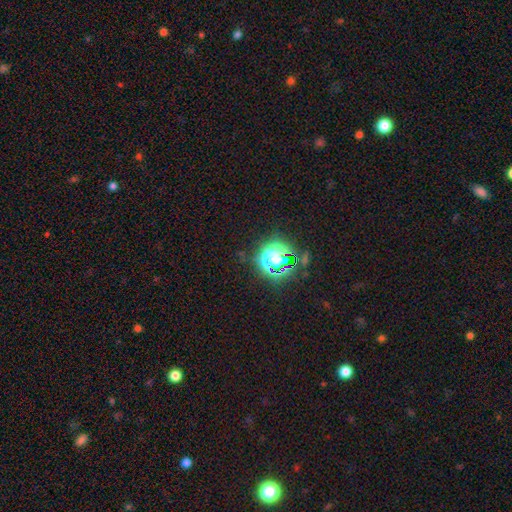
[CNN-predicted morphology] Smooth or featured?
  - star or artifact: 78% *
  - smooth: 15%
  - featured or disk: 7%